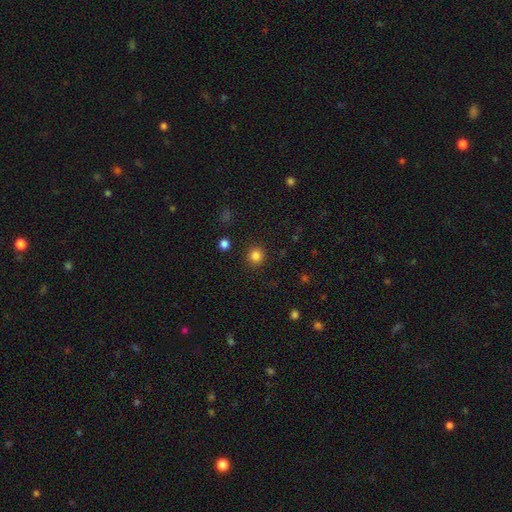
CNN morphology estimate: Smooth or featured: smooth — 84% (star or artifact — 12%)
How rounded: round — 94% (in between — 5%)
Merging: none — 91% (minor disturbance — 5%)